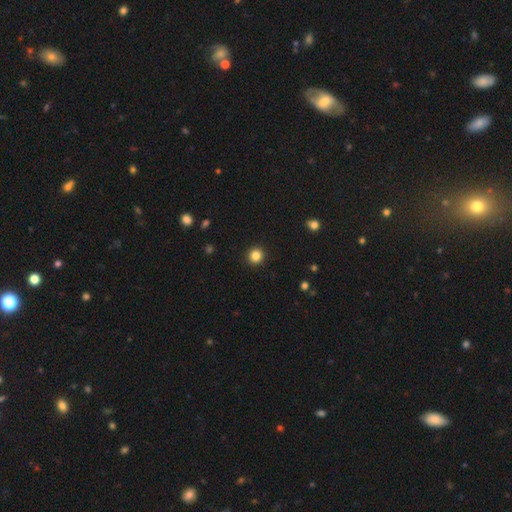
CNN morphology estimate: Smooth or featured? Predicted: smooth (p=0.84). How rounded? Predicted: round (p=0.94). Merging? Predicted: none (p=0.93).